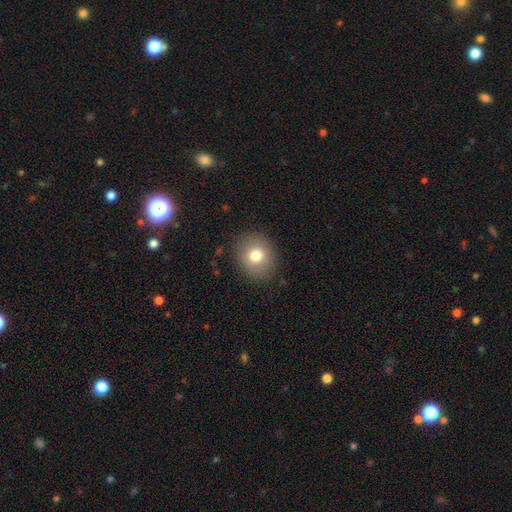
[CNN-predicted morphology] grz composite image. It shows a smooth galaxy with no disk features (77%) that is round (72%). Merging: none (86%).